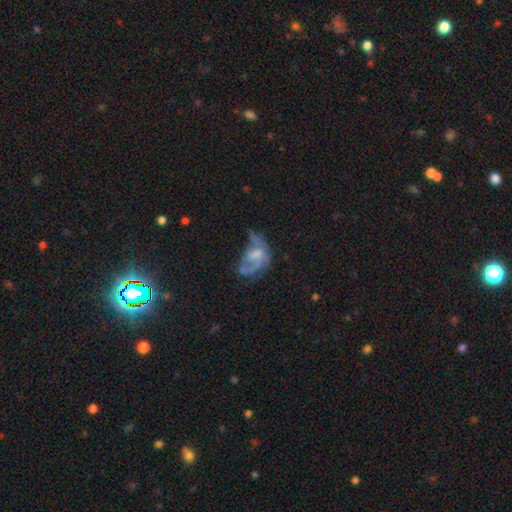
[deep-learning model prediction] This appears to be a featured or disk galaxy (55%) with no bar (70%), no spiral arms (64%) and no central bulge (39%). Merging: major disturbance (45%).